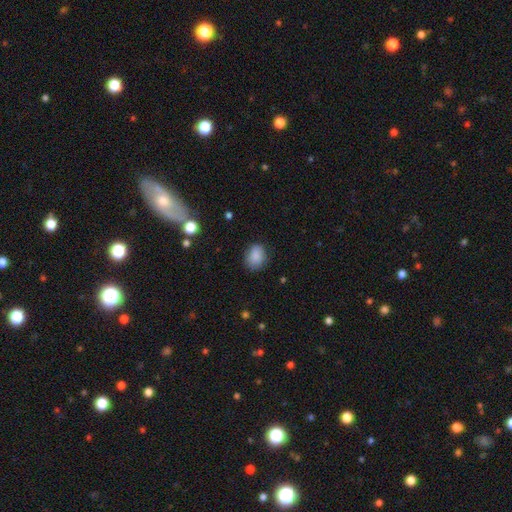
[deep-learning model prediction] A smooth galaxy with no disk features (86%) that is in between round and cigar-shaped (56%). Merging: none (77%).